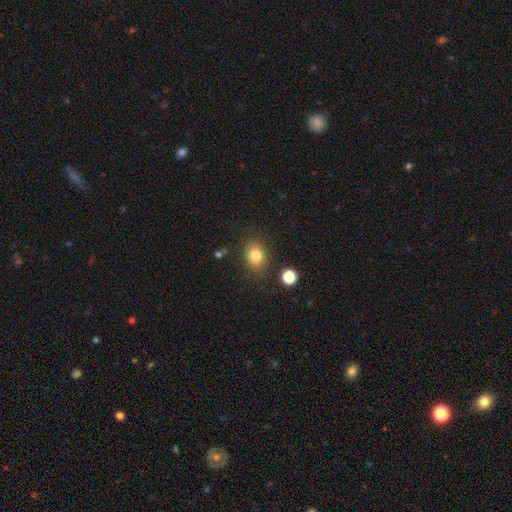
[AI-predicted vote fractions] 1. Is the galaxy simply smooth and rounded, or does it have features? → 82% smooth, 11% star or artifact, 7% featured or disk.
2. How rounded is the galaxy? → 55% in between, 44% round, 1% cigar-shaped.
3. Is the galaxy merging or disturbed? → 81% none, 12% minor disturbance, 4% major disturbance, 3% merger.